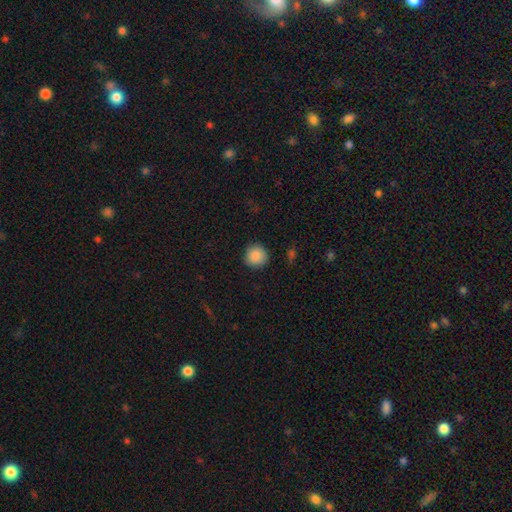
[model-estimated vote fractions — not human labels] A smooth galaxy with no disk features (88%) that is round (93%).

Vote fractions:
- Smooth or featured? smooth: 88% / star or artifact: 8% / featured or disk: 4%
- How rounded? round: 93% / in between: 6% / cigar-shaped: 1%
- Merging? none: 87% / minor disturbance: 10% / major disturbance: 2% / merger: 1%